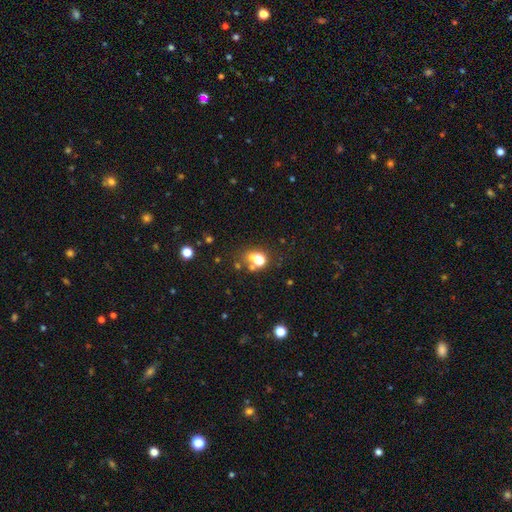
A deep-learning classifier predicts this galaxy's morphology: smooth_or_featured: smooth (p=0.61) [alt: star or artifact p=0.26]
how_rounded: round (p=0.62) [alt: in between p=0.37]
merging: none (p=0.49) [alt: merger p=0.27]